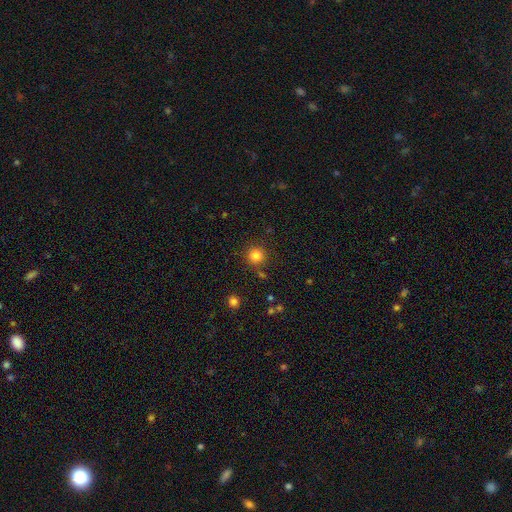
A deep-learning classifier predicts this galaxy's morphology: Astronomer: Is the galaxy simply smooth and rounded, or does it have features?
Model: smooth — 82%.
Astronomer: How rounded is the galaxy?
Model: round — 94%.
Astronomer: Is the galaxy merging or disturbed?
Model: none — 84%.